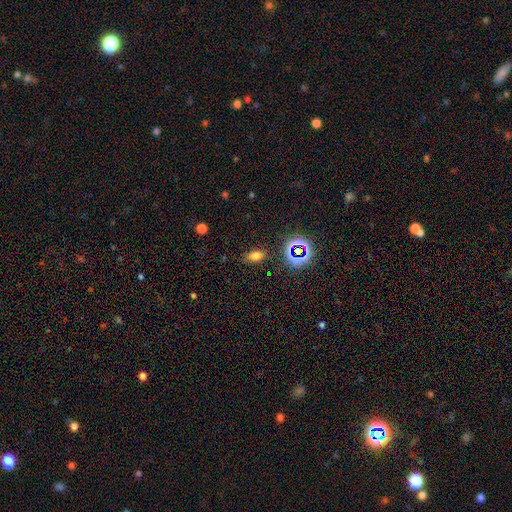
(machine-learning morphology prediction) The model was most divided on "smooth or featured": smooth: 67%, star or artifact: 23%, featured or disk: 10%. More confident: merging — none (84%); how rounded — in between (83%).